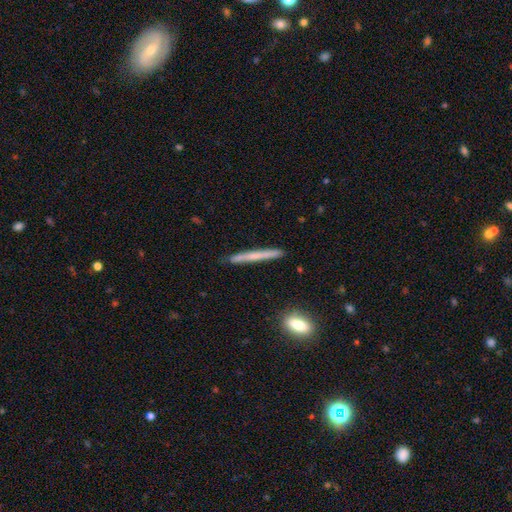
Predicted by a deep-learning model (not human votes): This is possibly a smooth galaxy (55%). How rounded: clearly cigar-shaped (96%). Merging: clearly none (89%).